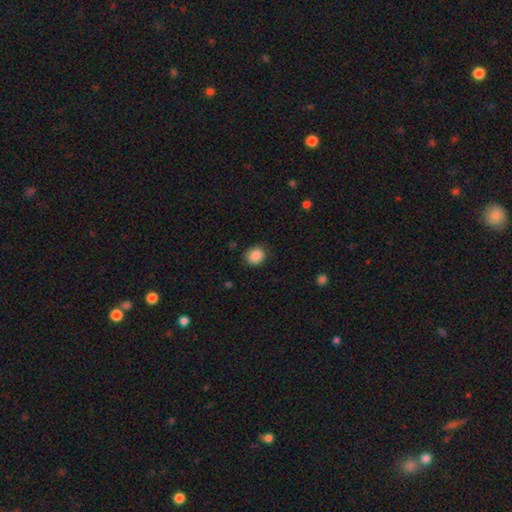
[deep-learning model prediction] Q: Smooth or featured?
A: smooth (88%); runner-up: star or artifact (9%)
Q: How rounded?
A: round (67%); runner-up: in between (32%)
Q: Merging?
A: none (84%); runner-up: minor disturbance (12%)